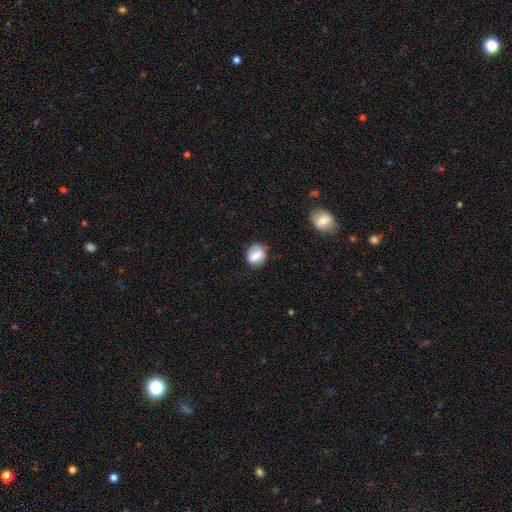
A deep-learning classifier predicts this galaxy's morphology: A smooth galaxy with no disk features (71%) that is in between round and cigar-shaped (51%). Merging: none (68%).